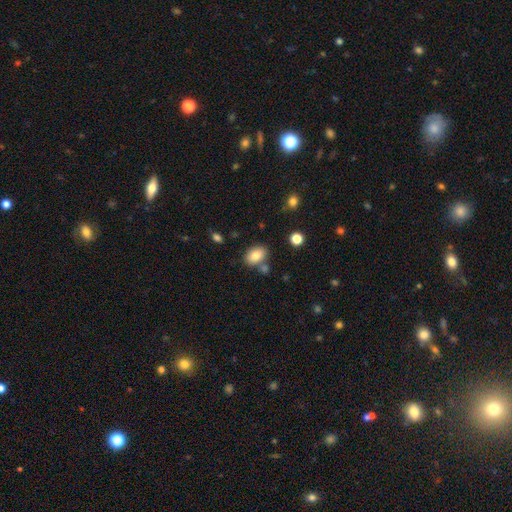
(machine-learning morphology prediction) Overall: smooth (82%). How rounded: in between (82%). Merging: none (73%).